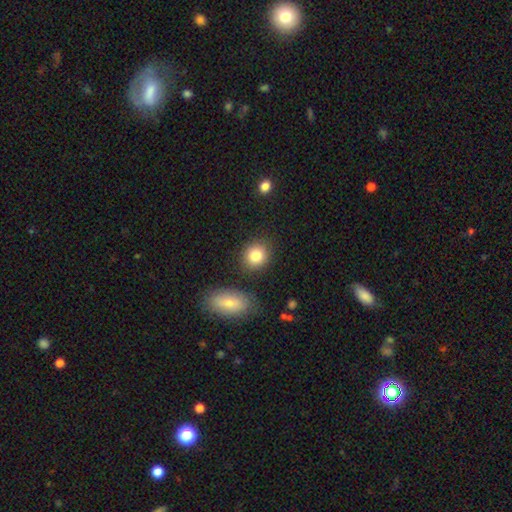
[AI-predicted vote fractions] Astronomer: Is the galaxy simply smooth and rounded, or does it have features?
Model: smooth — 84%.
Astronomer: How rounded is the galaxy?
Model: round — 71%.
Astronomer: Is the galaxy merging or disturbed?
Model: none — 82%.